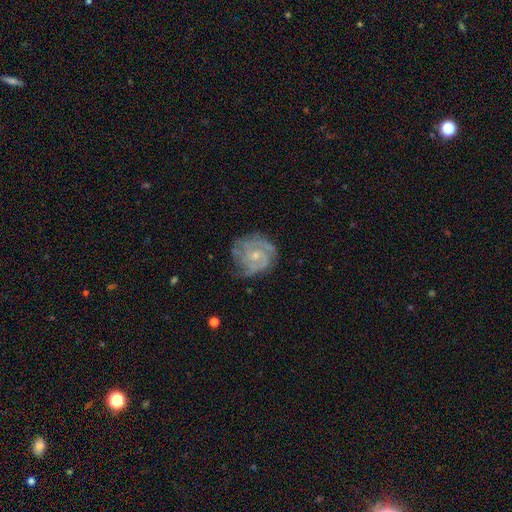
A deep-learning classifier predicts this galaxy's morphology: smooth_or_featured: featured or disk (p=0.85) [alt: smooth p=0.09]
disk_edge_on: no (p=0.98) [alt: yes p=0.02]
bar: no (p=0.72) [alt: weak p=0.24]
has_spiral_arms: yes (p=0.96) [alt: no p=0.04]
spiral_winding: tight (p=0.65) [alt: medium p=0.30]
spiral_arm_count: 3 (p=0.31) [alt: 2 p=0.27]
bulge_size: small (p=0.63) [alt: moderate p=0.32]
merging: none (p=0.67) [alt: minor disturbance p=0.23]